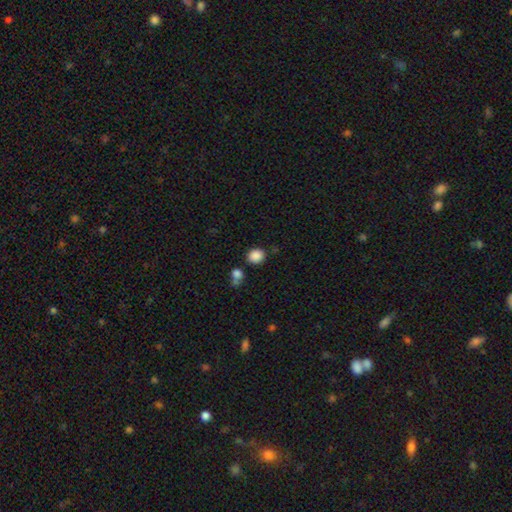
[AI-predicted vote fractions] Overall: smooth (87%). How rounded: round (77%). Merging: none (78%).